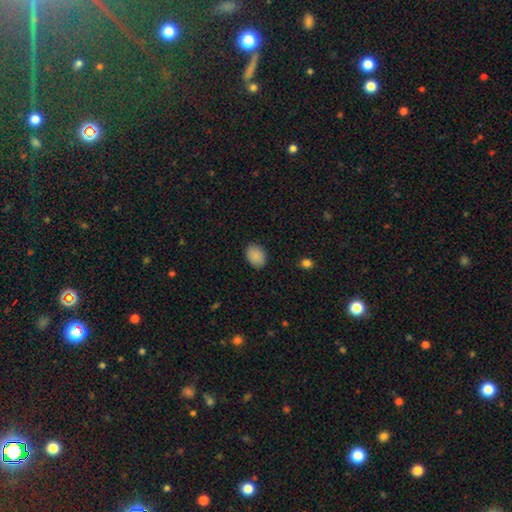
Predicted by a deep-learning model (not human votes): Morphology: type=smooth (89%); roundness=in between (72%); merging=none (87%).